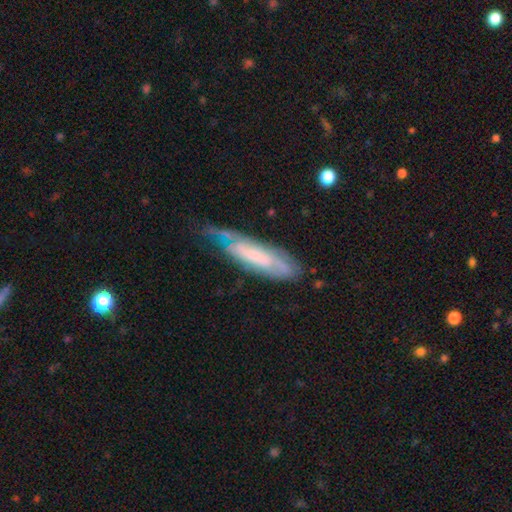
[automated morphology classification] Overall: featured or disk (61%; smooth 32%). Edge-on disk: no (68%; yes 32%). Merging: none (46%; minor disturbance 33%).